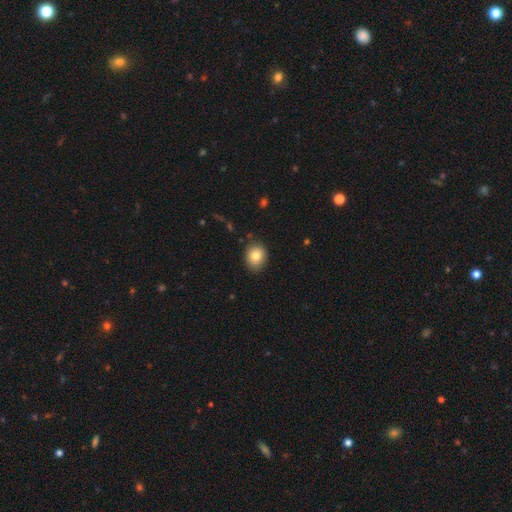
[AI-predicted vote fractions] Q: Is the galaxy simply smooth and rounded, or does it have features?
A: smooth — 81%.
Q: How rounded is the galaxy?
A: round — 58%.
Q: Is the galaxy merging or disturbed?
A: none — 83%.